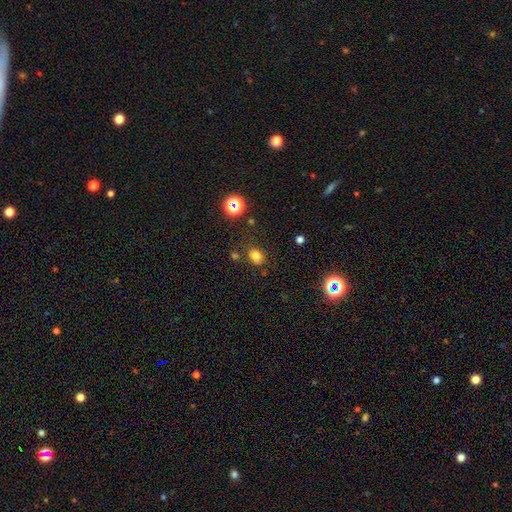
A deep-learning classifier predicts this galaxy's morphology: Q: Smooth or featured?
A: smooth (75%); runner-up: star or artifact (17%)
Q: How rounded?
A: in between (53%); runner-up: round (46%)
Q: Merging?
A: none (77%); runner-up: minor disturbance (13%)